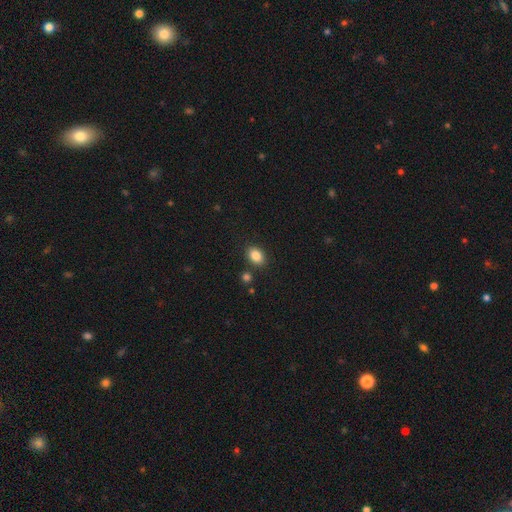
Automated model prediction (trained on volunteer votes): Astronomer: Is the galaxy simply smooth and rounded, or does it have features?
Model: smooth — 85%.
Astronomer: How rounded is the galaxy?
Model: in between — 77%.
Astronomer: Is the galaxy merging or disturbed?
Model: none — 84%.